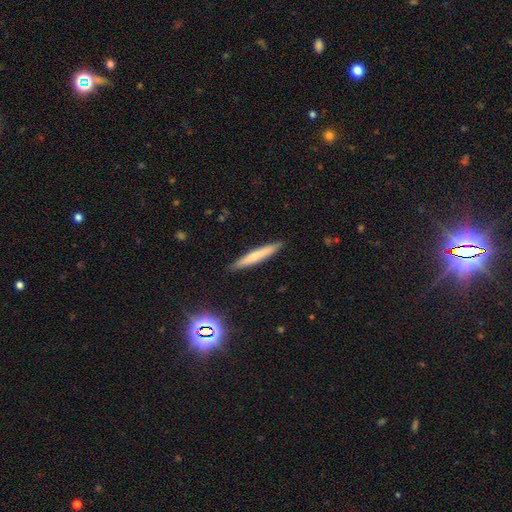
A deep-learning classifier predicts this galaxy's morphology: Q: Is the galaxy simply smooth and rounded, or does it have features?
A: smooth — 65%.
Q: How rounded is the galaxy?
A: cigar-shaped — 95%.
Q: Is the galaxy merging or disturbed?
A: none — 90%.